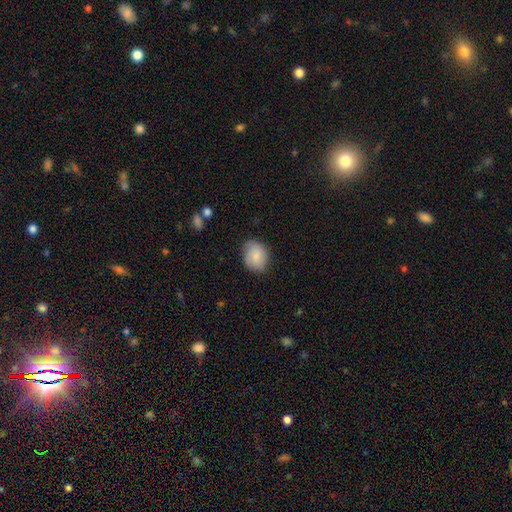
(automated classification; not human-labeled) The model was most divided on "how rounded": in between: 56%, round: 43%, cigar-shaped: 1%. More confident: smooth or featured — smooth (82%); merging — none (76%).